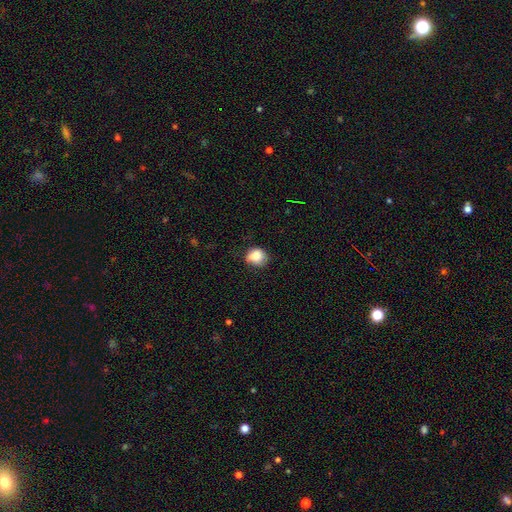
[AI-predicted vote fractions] This is clearly a smooth galaxy (83%). How rounded: likely round (66%). Merging: likely none (62%).